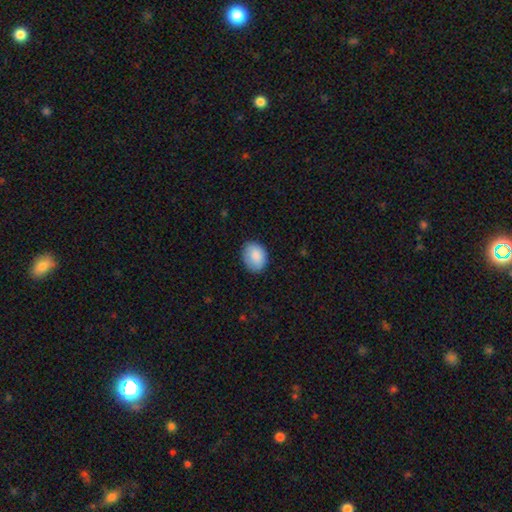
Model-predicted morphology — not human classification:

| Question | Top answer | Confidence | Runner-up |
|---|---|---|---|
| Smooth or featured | smooth | 87% | star or artifact (7%) |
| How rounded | in between | 64% | round (35%) |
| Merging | none | 80% | minor disturbance (16%) |